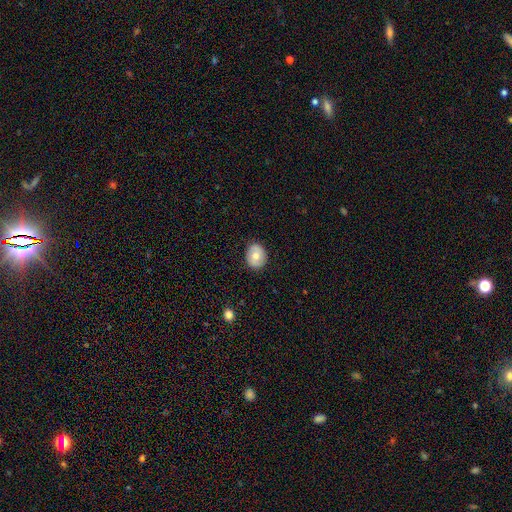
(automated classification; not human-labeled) A smooth galaxy with no disk features (69%) that is round (61%). Merging: none (87%).